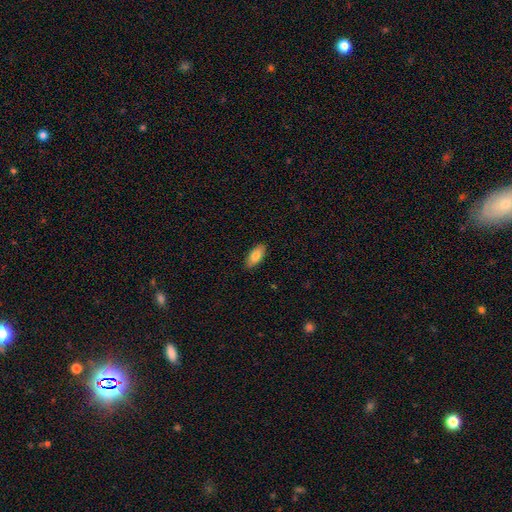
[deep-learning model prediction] Morphology: type=smooth (81%); roundness=in between (88%); merging=none (88%).